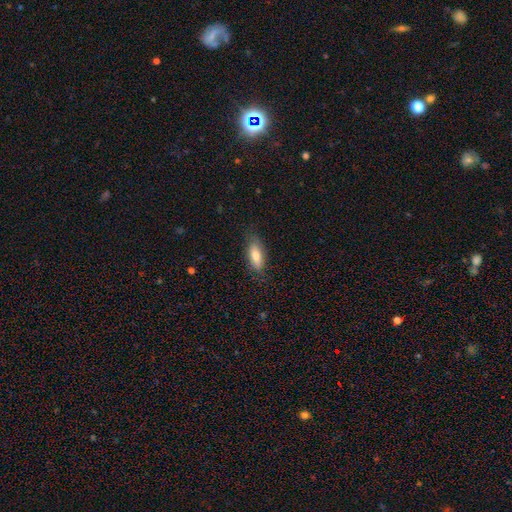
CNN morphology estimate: smooth 74%, featured or disk 20%, star or artifact 7%. Down the decision tree: how rounded — in between (75%); merging — none (77%).